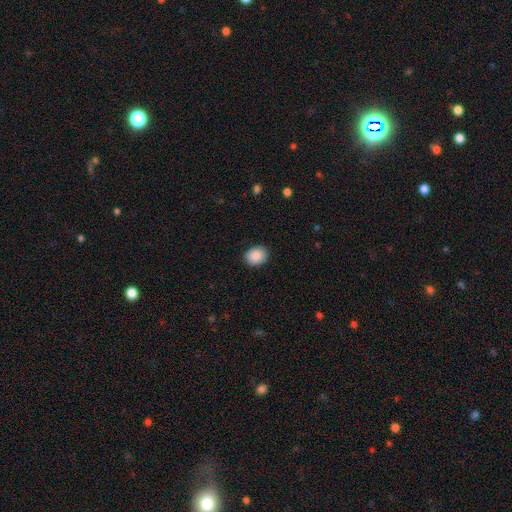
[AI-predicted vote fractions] This appears to be a smooth galaxy with no disk features (88%) that is round (54%). Merging: none (89%).